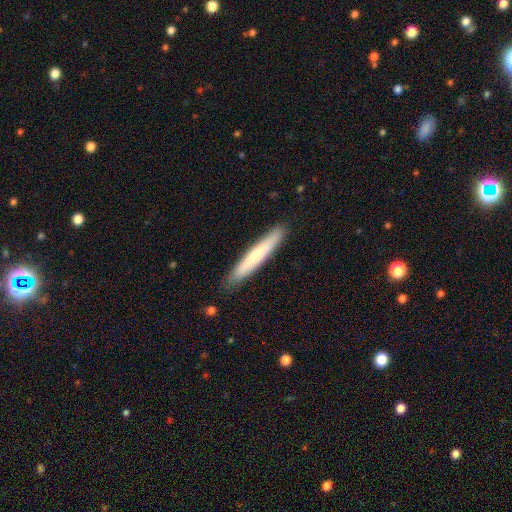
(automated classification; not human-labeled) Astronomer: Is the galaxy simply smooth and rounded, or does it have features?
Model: smooth — 62%.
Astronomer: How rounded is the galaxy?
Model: cigar-shaped — 94%.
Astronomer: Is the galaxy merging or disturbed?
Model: none — 88%.